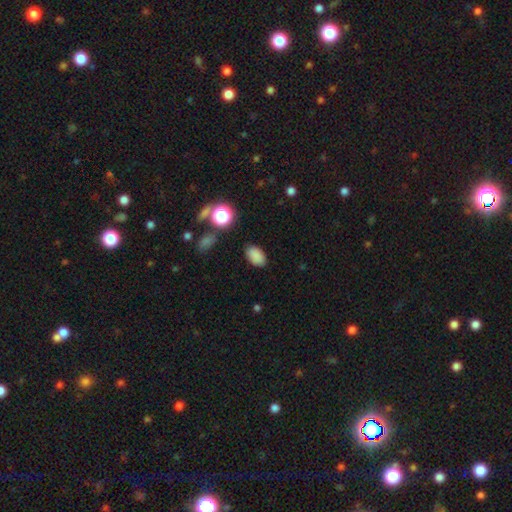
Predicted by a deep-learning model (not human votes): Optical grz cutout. It shows a smooth galaxy with no disk features (84%) that is in between round and cigar-shaped (88%). Merging: none (85%).